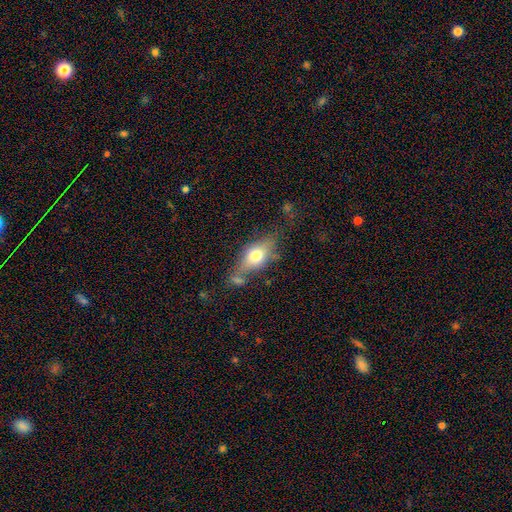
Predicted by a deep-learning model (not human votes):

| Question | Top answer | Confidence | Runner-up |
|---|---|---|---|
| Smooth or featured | smooth | 66% | featured or disk (26%) |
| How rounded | in between | 80% | cigar-shaped (11%) |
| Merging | none | 53% | minor disturbance (22%) |